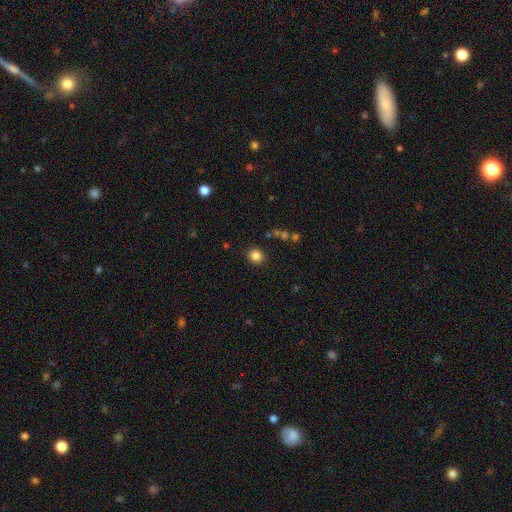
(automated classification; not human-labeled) Morphology: type=smooth (83%); roundness=round (87%); merging=none (88%).